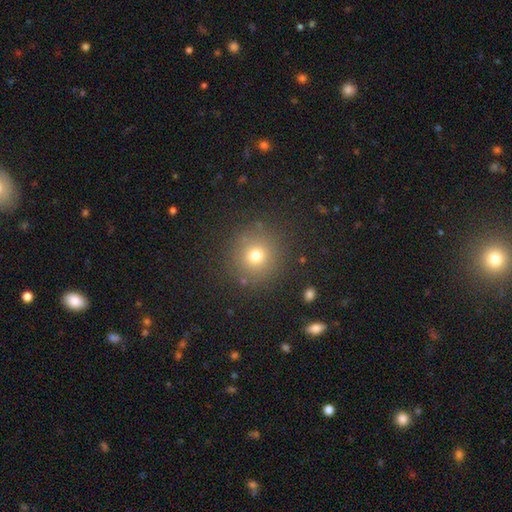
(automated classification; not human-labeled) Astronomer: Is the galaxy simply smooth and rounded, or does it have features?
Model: smooth — 72%.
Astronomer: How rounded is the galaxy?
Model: round — 93%.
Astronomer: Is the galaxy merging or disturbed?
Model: none — 87%.